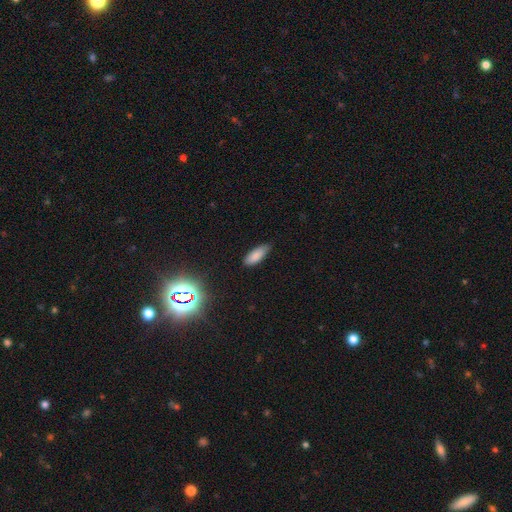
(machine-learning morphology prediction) smooth 84%, star or artifact 10%, featured or disk 7%. Down the decision tree: how rounded — in between (74%); merging — none (75%).